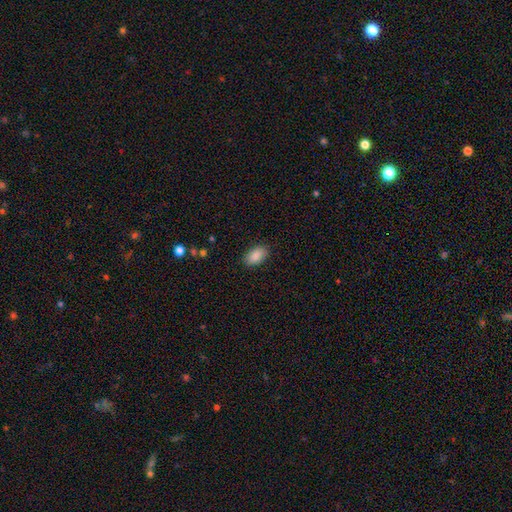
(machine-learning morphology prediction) type=smooth (88%); roundness=in between (93%); merging=none (87%).